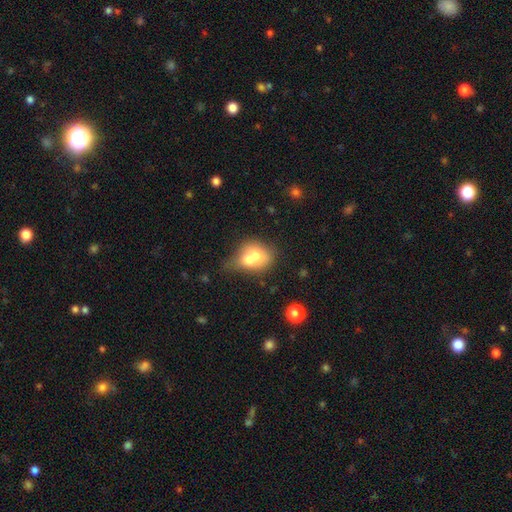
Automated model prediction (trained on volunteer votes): Q: Smooth or featured?
A: smooth (64%); runner-up: featured or disk (26%)
Q: How rounded?
A: round (53%); runner-up: in between (45%)
Q: Merging?
A: merger (68%); runner-up: none (19%)